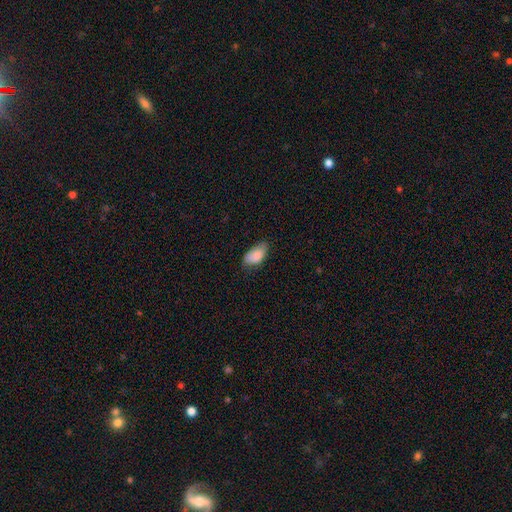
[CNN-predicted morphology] Overall: smooth (87%). How rounded: in between (93%). Merging: none (67%).